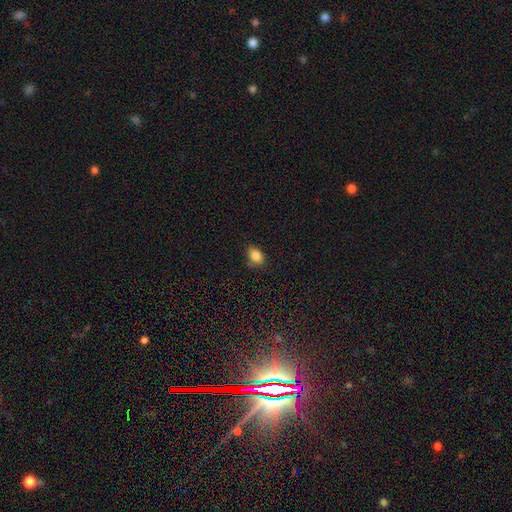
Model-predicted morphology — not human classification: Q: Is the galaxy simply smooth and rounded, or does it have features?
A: smooth — 85%.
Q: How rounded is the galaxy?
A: in between — 79%.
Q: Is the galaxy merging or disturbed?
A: none — 74%.